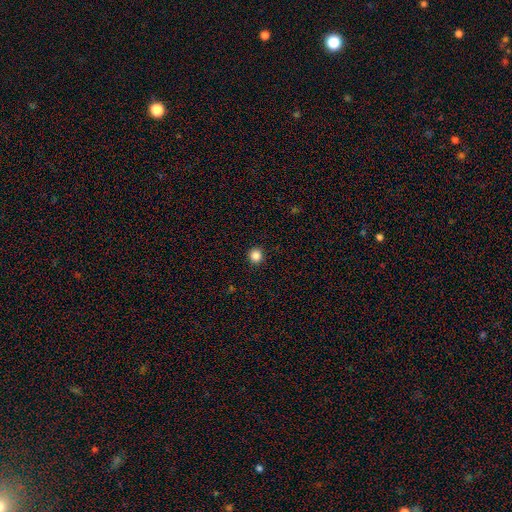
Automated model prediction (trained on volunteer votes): The model was most divided on "smooth or featured": smooth: 86%, star or artifact: 11%, featured or disk: 3%. More confident: how rounded — round (94%); merging — none (93%).